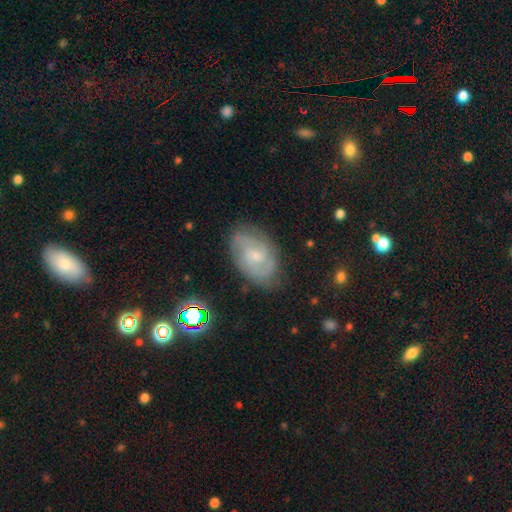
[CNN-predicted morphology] Smooth or featured? Predicted: featured or disk (p=0.69). Edge-on disk? Predicted: no (p=0.96). Bar? Predicted: weak (p=0.49). Spiral arms? Predicted: yes (p=0.89). Spiral winding? Predicted: tight (p=0.44). Spiral arm count? Predicted: 2 (p=0.57). Bulge size? Predicted: small (p=0.57). Merging? Predicted: none (p=0.77).